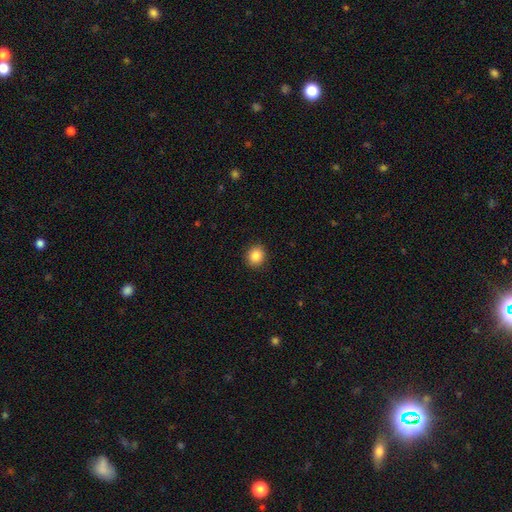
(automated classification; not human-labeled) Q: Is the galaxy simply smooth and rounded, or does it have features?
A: smooth — 86%.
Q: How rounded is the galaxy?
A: round — 81%.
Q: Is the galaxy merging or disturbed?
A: none — 91%.